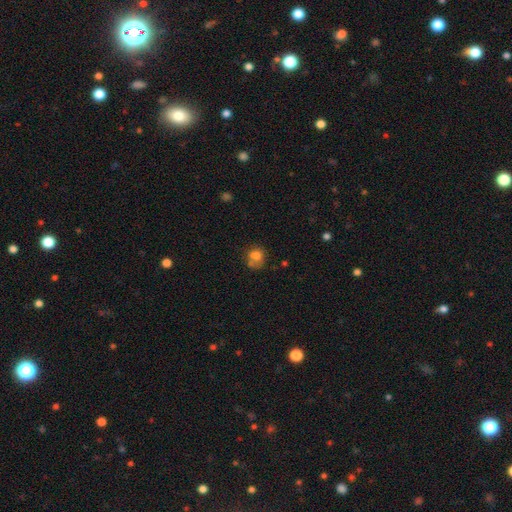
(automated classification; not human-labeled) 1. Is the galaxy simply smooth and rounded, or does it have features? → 72% smooth, 16% featured or disk, 12% star or artifact.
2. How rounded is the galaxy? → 62% round, 37% in between, 1% cigar-shaped.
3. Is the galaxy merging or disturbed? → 41% none, 22% merger, 22% minor disturbance, 15% major disturbance.